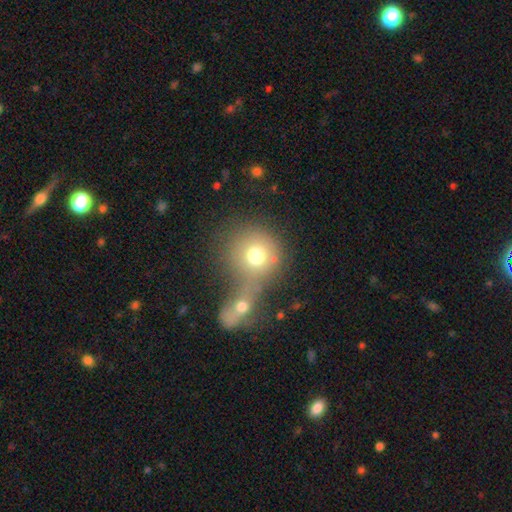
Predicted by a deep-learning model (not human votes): Q: Smooth or featured?
A: smooth (72%); runner-up: featured or disk (17%)
Q: How rounded?
A: round (86%); runner-up: in between (13%)
Q: Merging?
A: merger (58%); runner-up: none (29%)